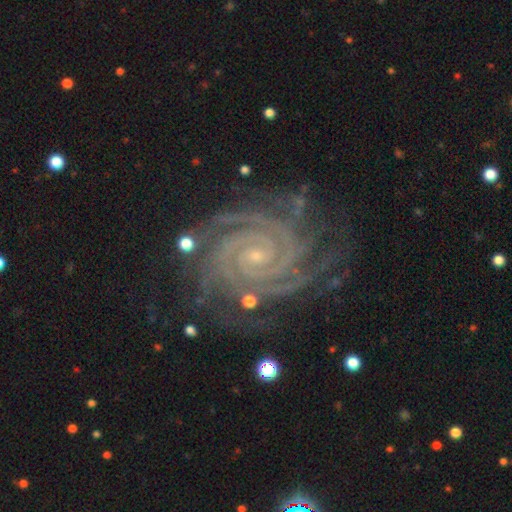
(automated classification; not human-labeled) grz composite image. It shows a featured or disk galaxy (93%) with no bar (58%), 2 (35%) tight (88%) spiral arms (99%) and a small central bulge (86%). Merging: none (73%).